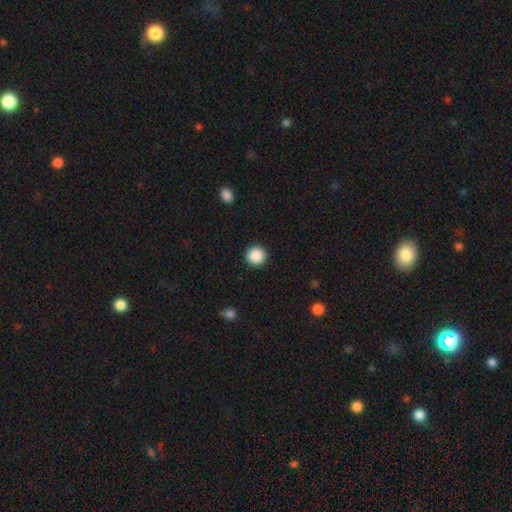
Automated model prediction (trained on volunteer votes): Q: Smooth or featured?
A: smooth (88%); runner-up: star or artifact (9%)
Q: How rounded?
A: round (96%); runner-up: in between (3%)
Q: Merging?
A: none (92%); runner-up: minor disturbance (5%)